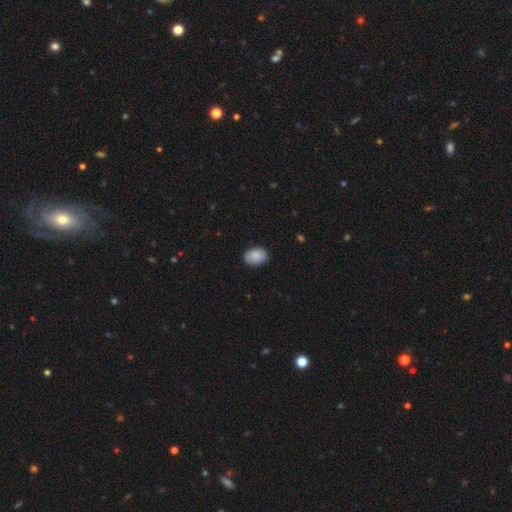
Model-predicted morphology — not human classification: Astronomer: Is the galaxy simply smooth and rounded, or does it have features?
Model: smooth — 87%.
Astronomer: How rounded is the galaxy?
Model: in between — 78%.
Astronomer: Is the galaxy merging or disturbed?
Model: none — 84%.